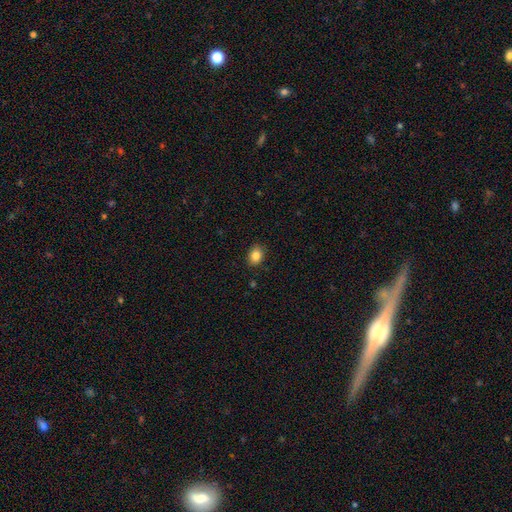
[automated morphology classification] Smooth or featured: smooth — 85% (star or artifact — 9%)
How rounded: in between — 65% (round — 34%)
Merging: none — 88% (minor disturbance — 9%)